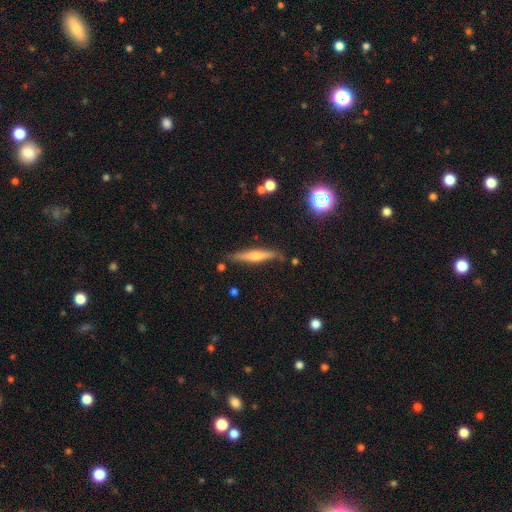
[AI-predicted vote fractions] featured or disk 55%, smooth 38%, star or artifact 7%. Down the decision tree: edge-on disk — yes (95%); edge-on bulge — rounded (79%); merging — none (82%).